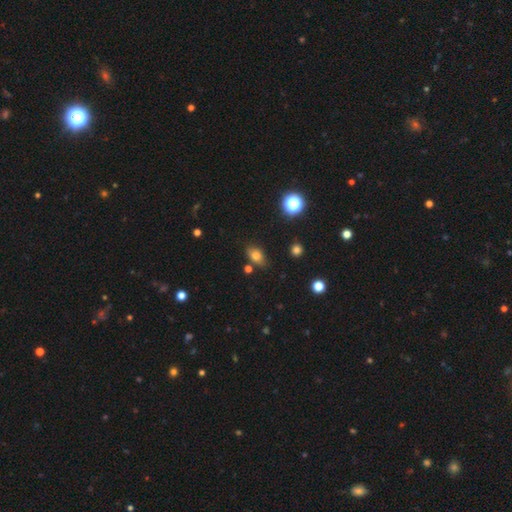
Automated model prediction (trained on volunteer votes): smooth-or-featured: smooth: 76% | star or artifact: 14% | featured or disk: 10%
  how-rounded: in between: 81% | round: 16% | cigar-shaped: 3%
  merging: none: 77% | minor disturbance: 15% | merger: 5% | major disturbance: 3%